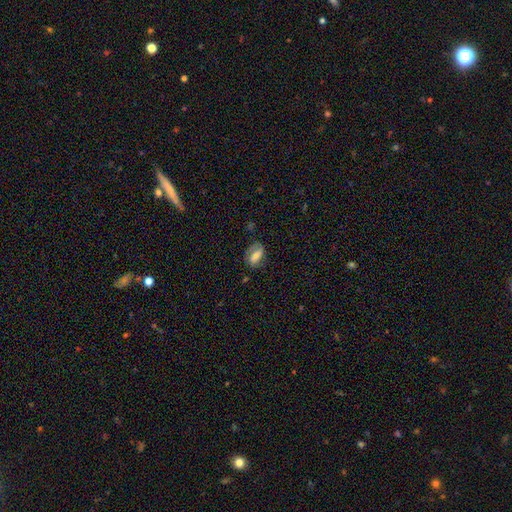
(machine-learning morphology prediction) The model was most divided on "smooth or featured": smooth: 56%, featured or disk: 34%, star or artifact: 10%. More confident: how rounded — in between (81%); merging — none (63%).